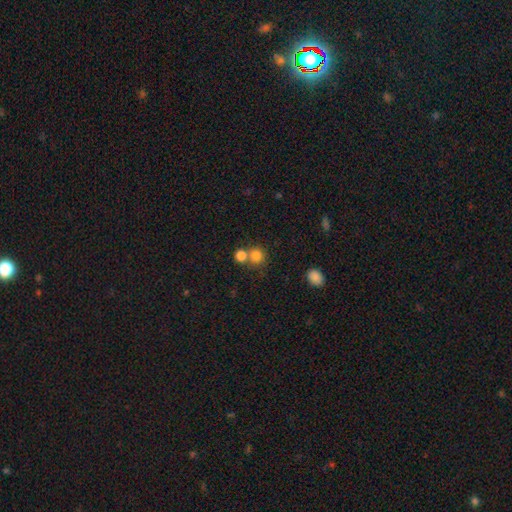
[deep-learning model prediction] Smooth or featured: smooth — 81% (star or artifact — 12%)
How rounded: round — 88% (in between — 11%)
Merging: none — 55% (merger — 36%)